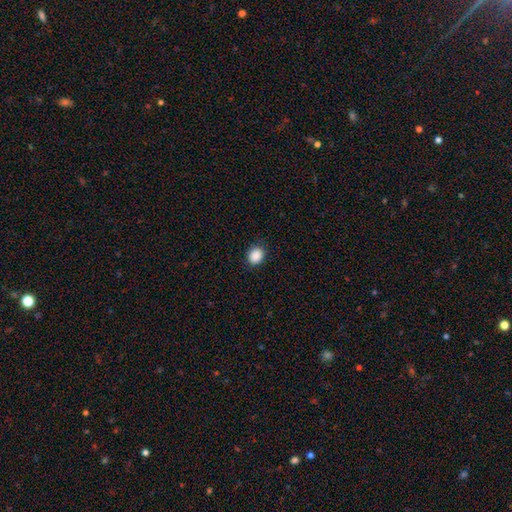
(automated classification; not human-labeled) Smooth or featured? Predicted: smooth (p=0.89). How rounded? Predicted: round (p=0.56). Merging? Predicted: none (p=0.88).